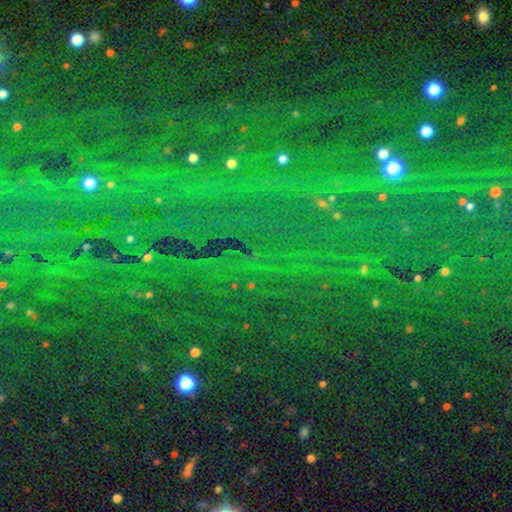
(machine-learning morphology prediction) type=star or artifact (85%).